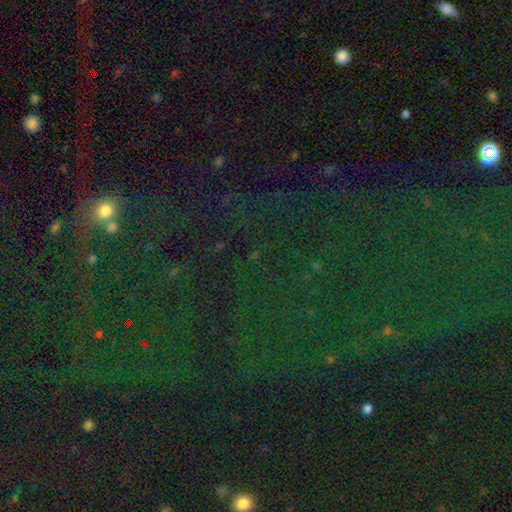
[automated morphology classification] Smooth or featured? Predicted: star or artifact (p=0.77).